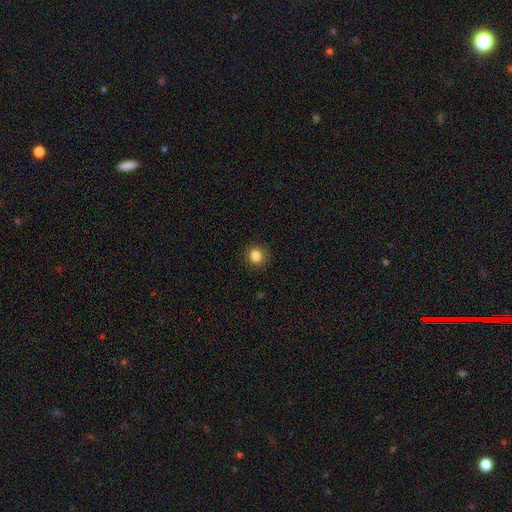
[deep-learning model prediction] Smooth or featured?
  - smooth: 85% *
  - star or artifact: 11%
  - featured or disk: 5%
How rounded?
  - round: 87% *
  - in between: 12%
  - cigar-shaped: 1%
Merging?
  - none: 90% *
  - minor disturbance: 7%
  - major disturbance: 2%
  - merger: 1%